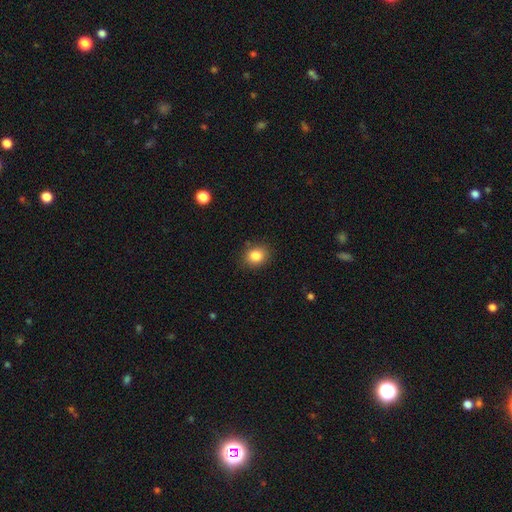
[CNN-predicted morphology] The model was most divided on "how rounded": round: 66%, in between: 33%, cigar-shaped: 1%. More confident: merging — none (85%); smooth or featured — smooth (84%).